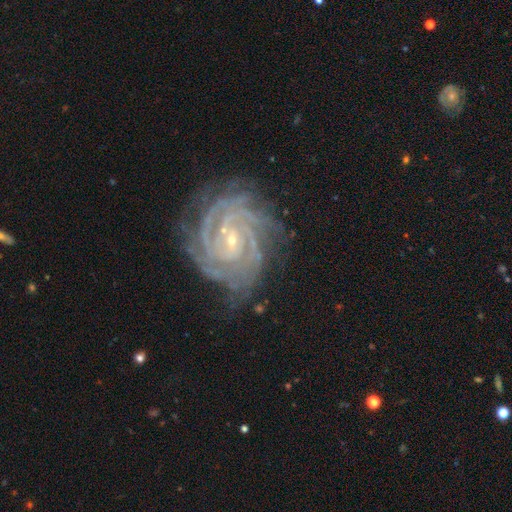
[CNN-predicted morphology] type=featured or disk (83%); edge-on=no (97%); bar=weak (41%); spiral arms=yes (98%); winding=tight (79%); arm count=4 (21%); bulge=small (69%); merging=none (81%).